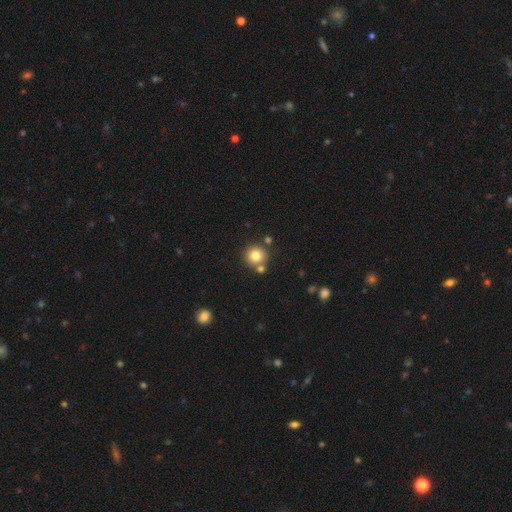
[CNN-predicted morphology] Overall: smooth (78%). How rounded: round (93%). Merging: none (72%).